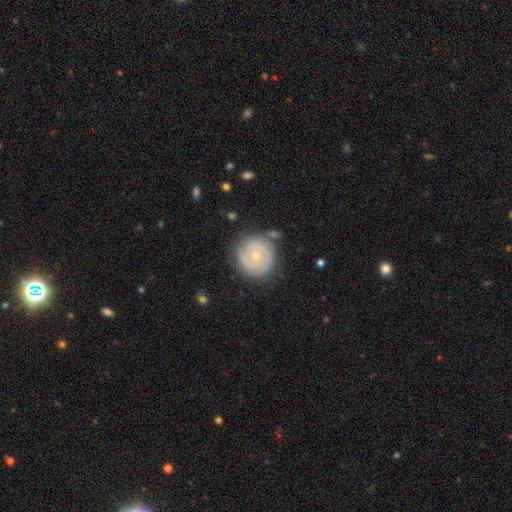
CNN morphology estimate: Smooth or featured: featured or disk — 68% (smooth — 26%)
Edge-on disk: no — 98% (yes — 2%)
Bar: no — 76% (weak — 20%)
Spiral arms: yes — 85% (no — 15%)
Spiral winding: tight — 67% (medium — 25%)
Spiral arm count: 2 — 50% (can't tell — 26%)
Bulge size: small — 70% (moderate — 27%)
Merging: none — 76% (minor disturbance — 16%)